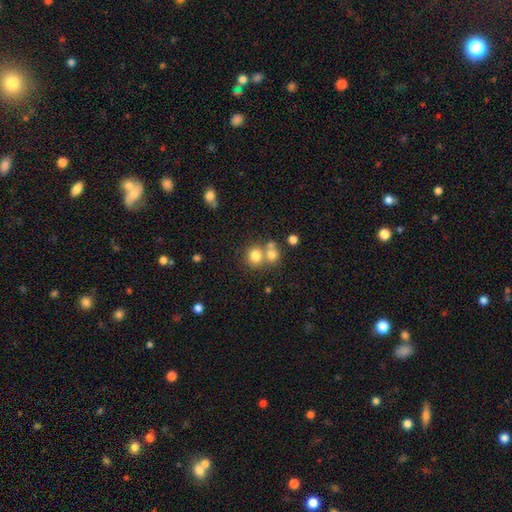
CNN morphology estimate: This is likely a smooth galaxy (76%). How rounded: clearly round (84%). Merging: possibly none (51%).